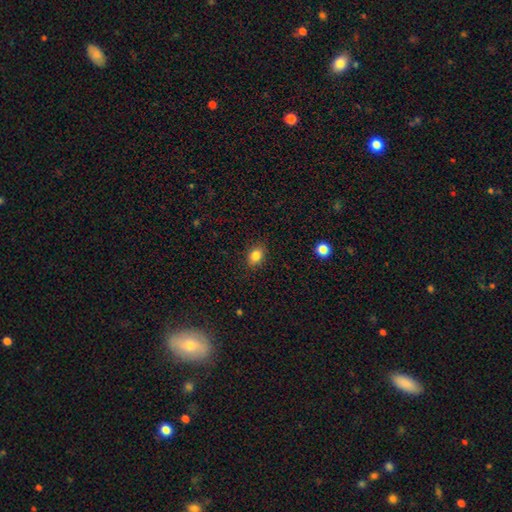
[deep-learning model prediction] A smooth galaxy with no disk features (84%) that is in between round and cigar-shaped (71%).

Vote fractions:
- Smooth or featured? smooth: 84% / star or artifact: 10% / featured or disk: 6%
- How rounded? in between: 71% / round: 28% / cigar-shaped: 1%
- Merging? none: 87% / minor disturbance: 9% / major disturbance: 2% / merger: 1%